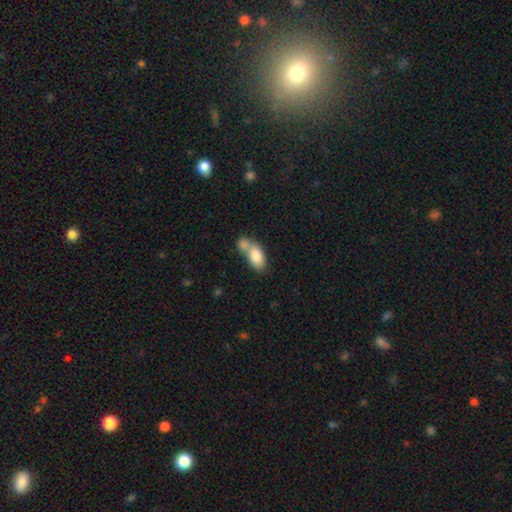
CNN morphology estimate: Smooth or featured? smooth (81%)
How rounded? in between (89%)
Merging? merger (60%)